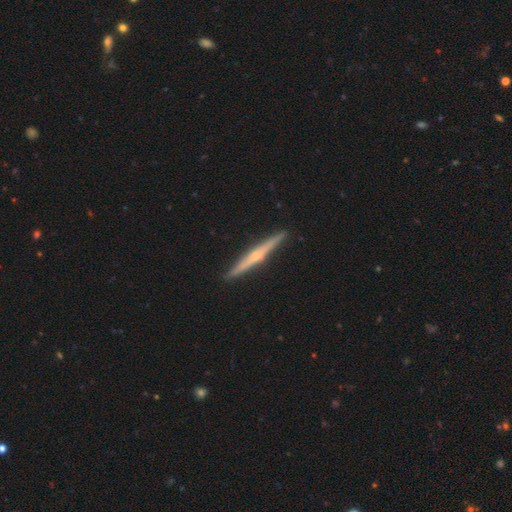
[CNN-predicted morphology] A featured or disk galaxy (75%) viewed edge-on (98%) with a rounded central bulge (75%).

Vote fractions:
- Smooth or featured? featured or disk: 75% / smooth: 20% / star or artifact: 5%
- Edge-on disk? yes: 98% / no: 2%
- Edge-on bulge? rounded: 75% / none: 19% / boxy: 6%
- Merging? none: 92% / minor disturbance: 6% / major disturbance: 1% / merger: 1%